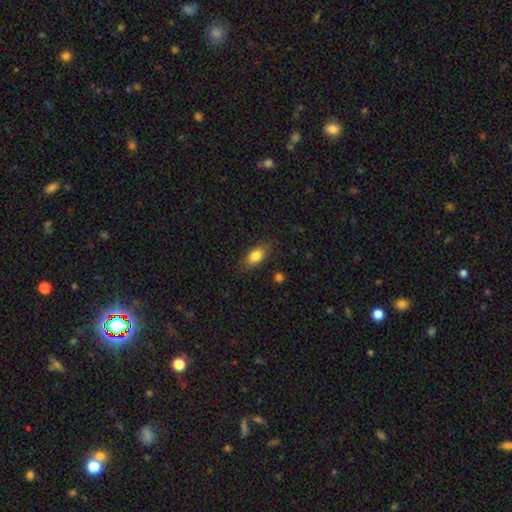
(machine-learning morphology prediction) A smooth galaxy with no disk features (83%) that is in between round and cigar-shaped (86%). Merging: none (80%).